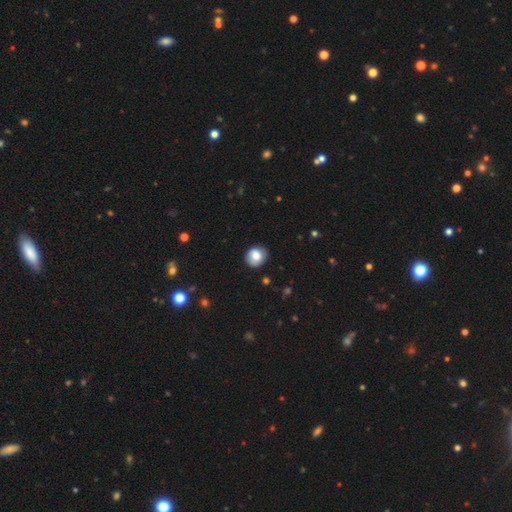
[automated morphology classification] This is likely a smooth galaxy (79%). How rounded: likely round (77%). Merging: likely none (80%).